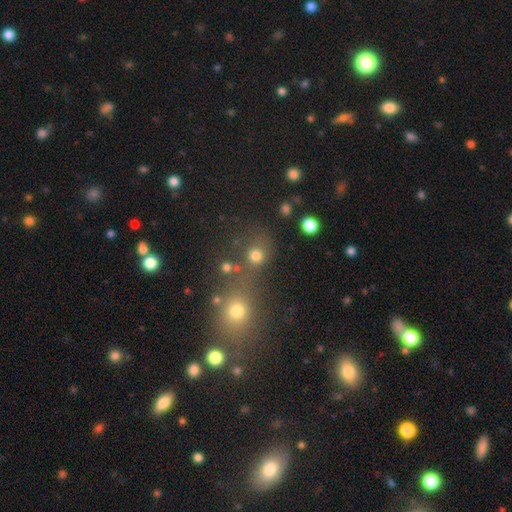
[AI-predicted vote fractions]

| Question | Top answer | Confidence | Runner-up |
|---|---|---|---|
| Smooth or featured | smooth | 76% | star or artifact (17%) |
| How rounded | round | 84% | in between (14%) |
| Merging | none | 57% | merger (26%) |